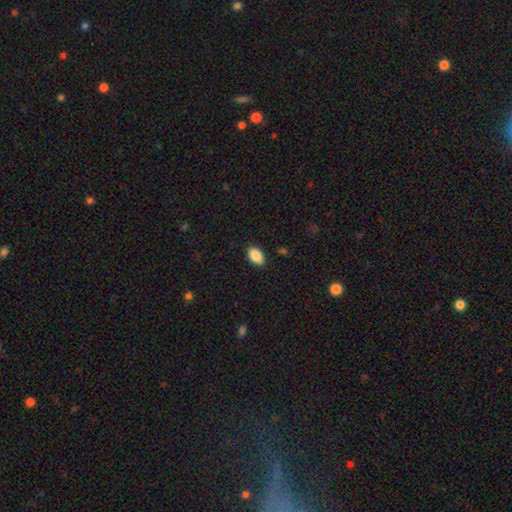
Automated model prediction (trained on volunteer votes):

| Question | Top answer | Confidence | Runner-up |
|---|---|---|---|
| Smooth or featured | smooth | 88% | star or artifact (7%) |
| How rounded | in between | 92% | round (7%) |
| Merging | none | 88% | minor disturbance (9%) |